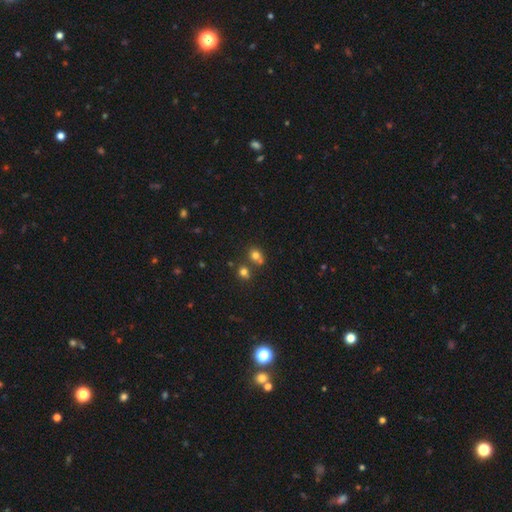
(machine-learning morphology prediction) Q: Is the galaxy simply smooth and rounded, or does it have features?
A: smooth — 73%.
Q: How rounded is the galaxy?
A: round — 73%.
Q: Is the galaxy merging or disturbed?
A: none — 49%.